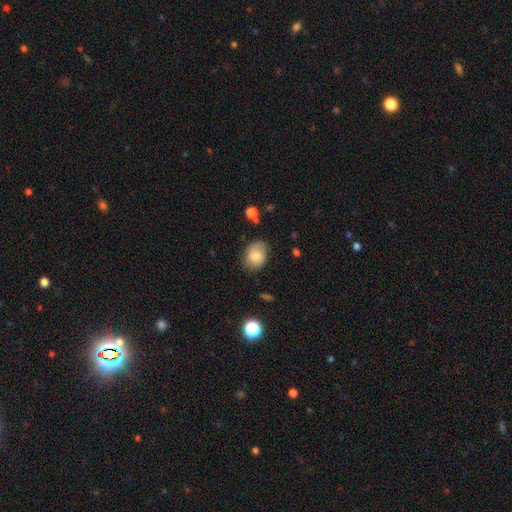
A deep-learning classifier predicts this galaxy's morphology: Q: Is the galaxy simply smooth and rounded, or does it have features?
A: smooth — 80%.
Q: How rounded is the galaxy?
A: in between — 63%.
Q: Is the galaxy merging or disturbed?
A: none — 72%.